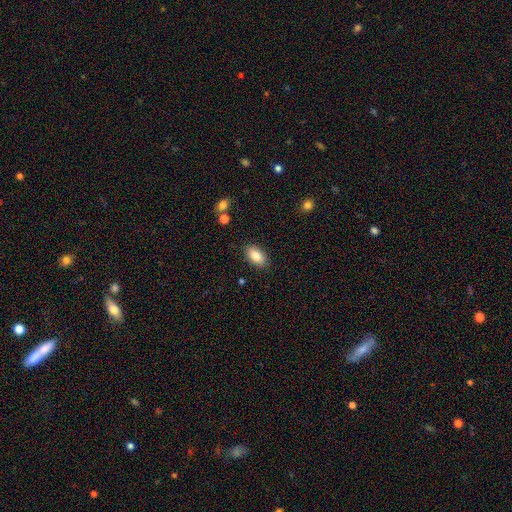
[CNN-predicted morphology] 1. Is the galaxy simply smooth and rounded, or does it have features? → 86% smooth, 7% star or artifact, 7% featured or disk.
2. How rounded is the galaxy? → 92% in between, 4% round, 4% cigar-shaped.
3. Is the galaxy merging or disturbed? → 87% none, 10% minor disturbance, 2% major disturbance, 1% merger.